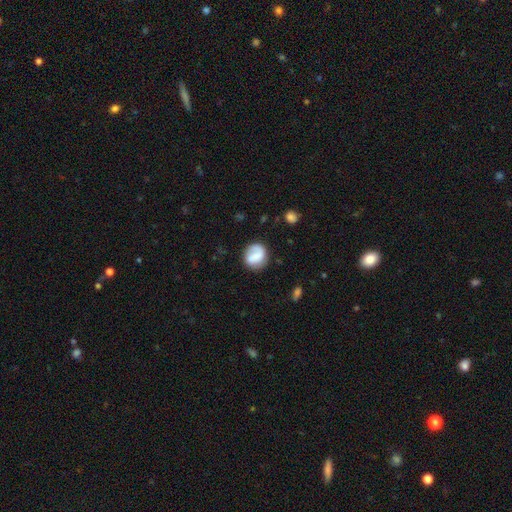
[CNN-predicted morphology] Smooth or featured: smooth — 61% (featured or disk — 31%)
How rounded: round — 79% (in between — 20%)
Merging: none — 69% (minor disturbance — 18%)